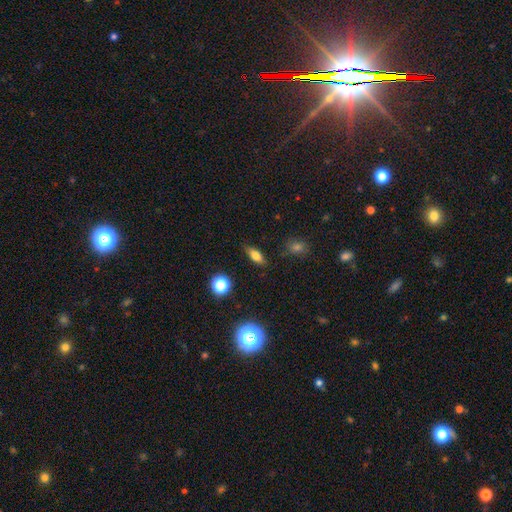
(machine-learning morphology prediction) type=smooth (75%); roundness=in between (75%); merging=none (84%).